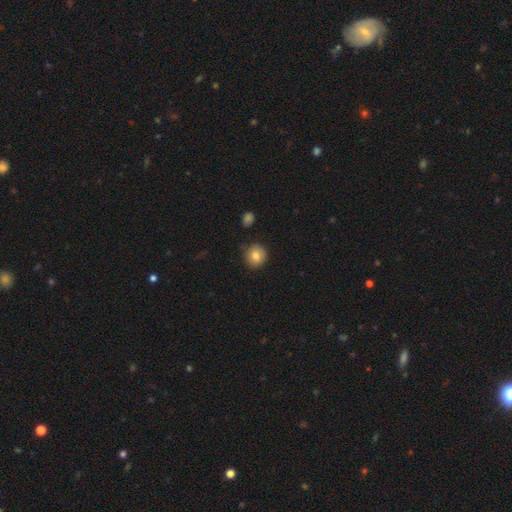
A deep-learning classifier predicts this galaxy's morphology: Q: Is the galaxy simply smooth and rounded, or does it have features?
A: smooth — 81%.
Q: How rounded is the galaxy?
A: round — 90%.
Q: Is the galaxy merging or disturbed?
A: none — 83%.